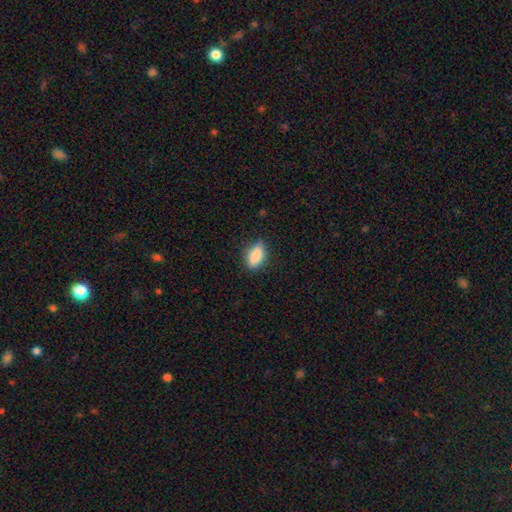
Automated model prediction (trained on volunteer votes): smooth_or_featured: smooth (p=0.85) [alt: featured or disk p=0.08]
how_rounded: in between (p=0.84) [alt: cigar-shaped p=0.11]
merging: none (p=0.80) [alt: minor disturbance p=0.15]